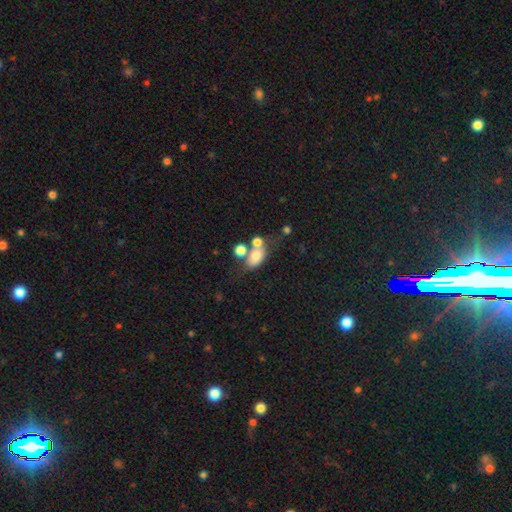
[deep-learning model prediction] The model was most divided on "merging": merger: 39%, none: 33%, minor disturbance: 15%, major disturbance: 13%. More confident: how rounded — in between (73%); smooth or featured — smooth (70%).